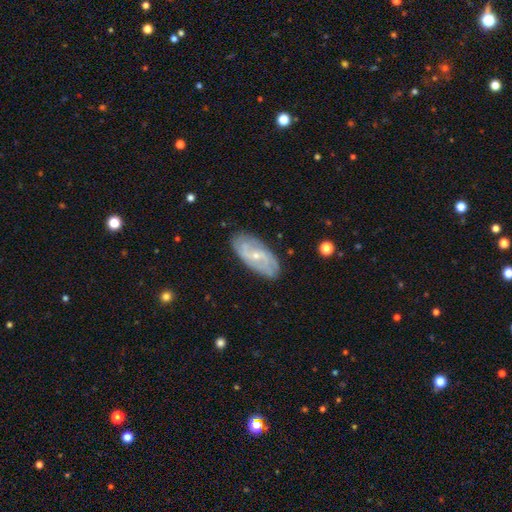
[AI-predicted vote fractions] Morphology: type=featured or disk (72%); edge-on=no (90%); bar=no (55%); spiral arms=yes (85%); winding=tight (44%); arm count=2 (38%); bulge=small (73%); merging=none (81%).